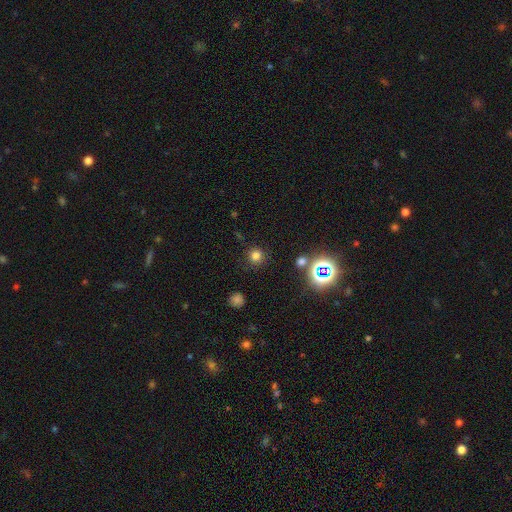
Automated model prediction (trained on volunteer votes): Overall: smooth (70%). How rounded: round (93%). Merging: none (86%).